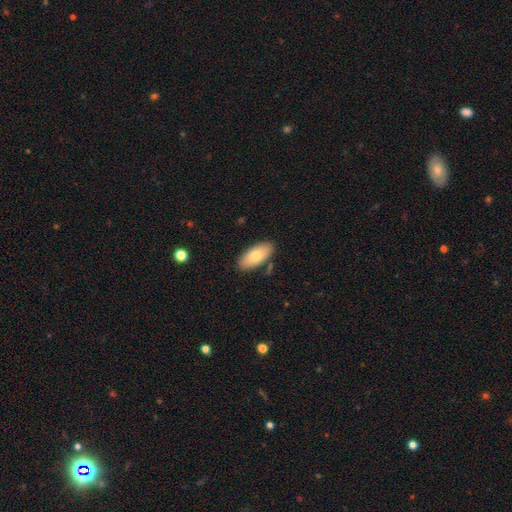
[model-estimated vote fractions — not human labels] Morphology: type=smooth (77%); roundness=in between (91%); merging=none (83%).